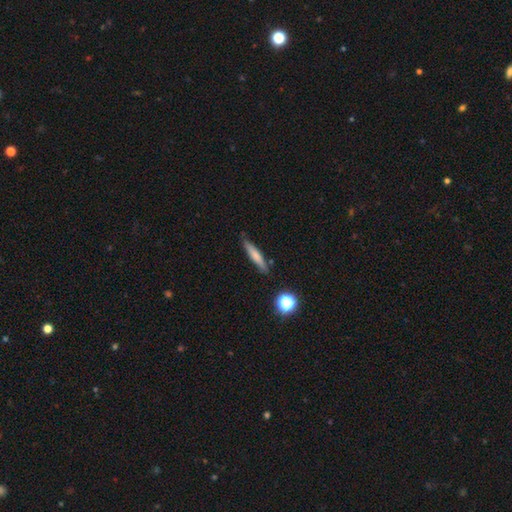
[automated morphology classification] smooth_or_featured: smooth (p=0.68) [alt: featured or disk p=0.24]
how_rounded: cigar-shaped (p=0.89) [alt: in between p=0.09]
merging: none (p=0.84) [alt: minor disturbance p=0.11]